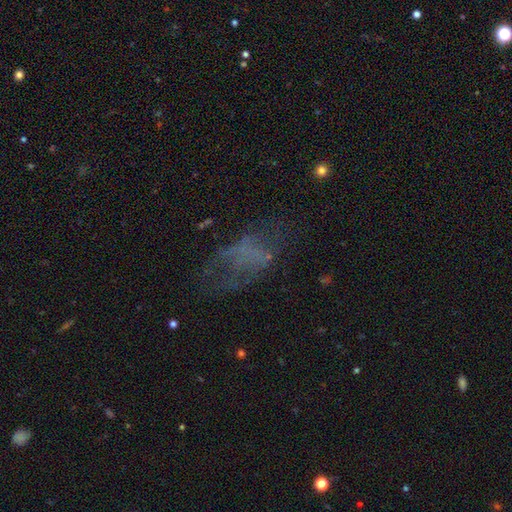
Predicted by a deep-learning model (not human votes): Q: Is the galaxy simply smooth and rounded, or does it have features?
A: featured or disk — 45%.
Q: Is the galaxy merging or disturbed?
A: none — 42%.